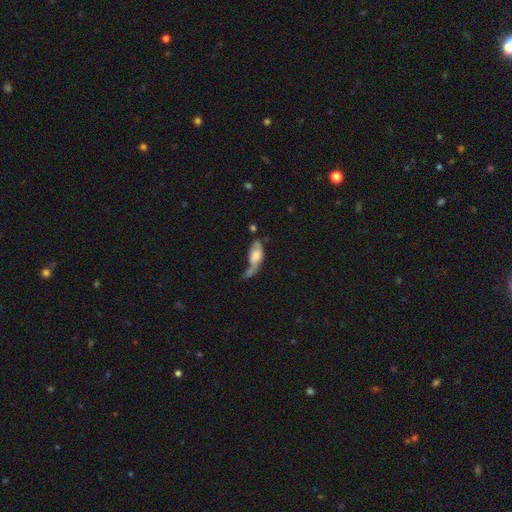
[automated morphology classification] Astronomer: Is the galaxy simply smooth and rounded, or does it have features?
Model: smooth — 57% (runner-up: featured or disk, 35%).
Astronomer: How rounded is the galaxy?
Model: in between — 81%.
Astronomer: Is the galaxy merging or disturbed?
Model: major disturbance — 41% (runner-up: merger, 22%).